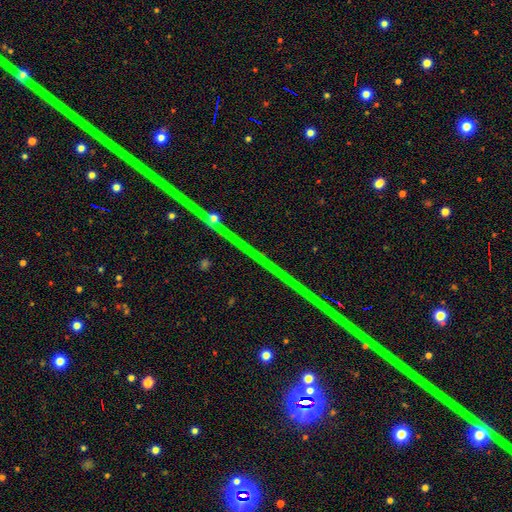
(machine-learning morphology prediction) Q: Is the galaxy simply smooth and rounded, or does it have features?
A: star or artifact — 82%.